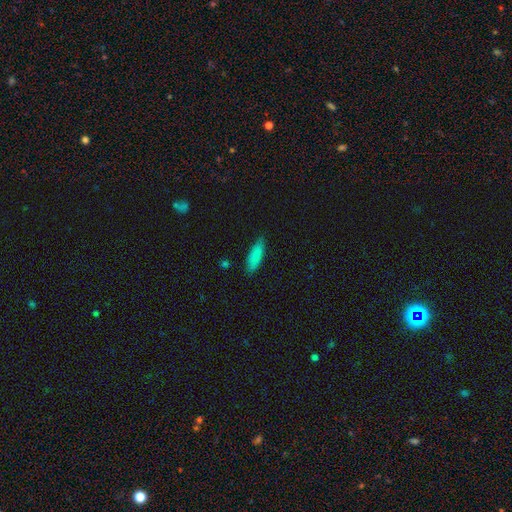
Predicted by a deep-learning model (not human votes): A smooth galaxy with no disk features (85%) that is cigar-shaped (51%). Merging: none (82%).